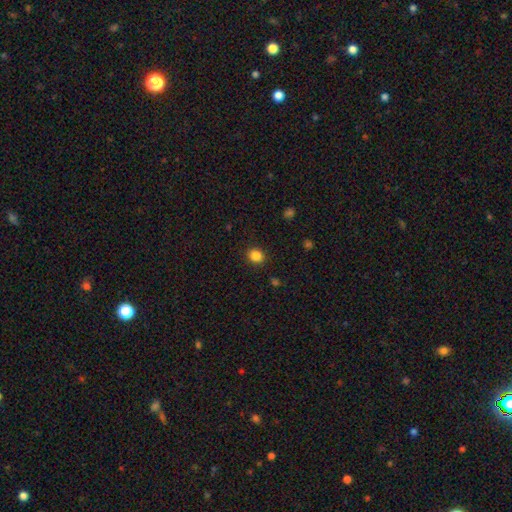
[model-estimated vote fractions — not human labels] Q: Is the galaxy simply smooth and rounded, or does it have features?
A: smooth — 86%.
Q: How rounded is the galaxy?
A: round — 73%.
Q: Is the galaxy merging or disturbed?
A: none — 90%.